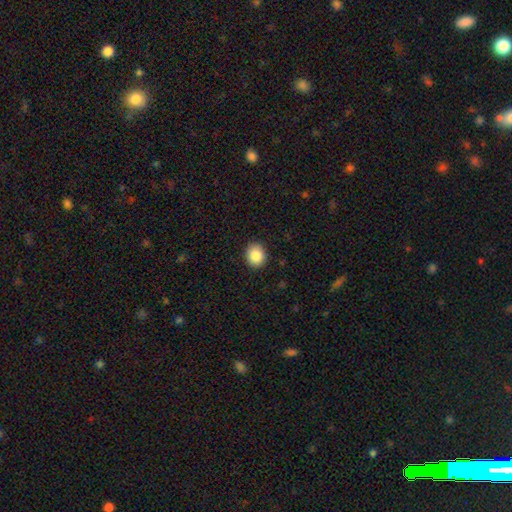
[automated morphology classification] Overall: smooth (86%). How rounded: round (70%). Merging: none (90%).